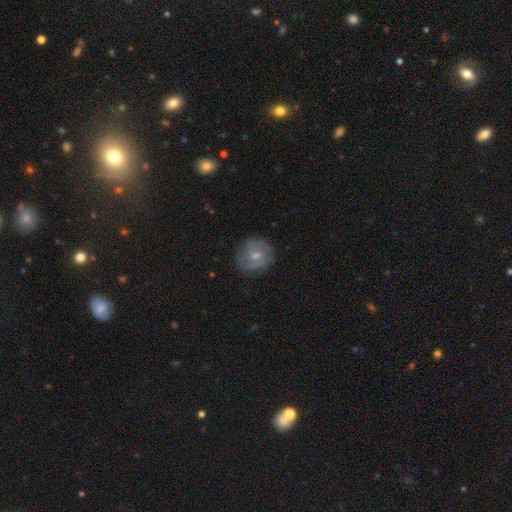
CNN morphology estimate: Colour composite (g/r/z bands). It shows a featured or disk galaxy (62%) with a weak bar (53%), 2 (59%) medium (45%) spiral arms (85%) and a small central bulge (48%). Merging: none (73%).